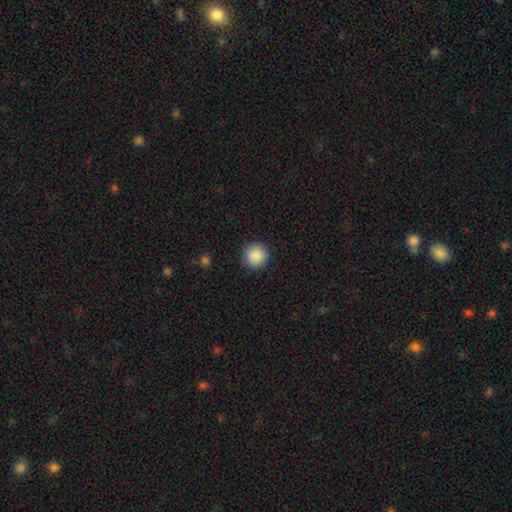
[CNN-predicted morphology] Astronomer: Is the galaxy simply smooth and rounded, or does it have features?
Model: smooth — 89%.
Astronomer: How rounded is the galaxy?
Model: round — 95%.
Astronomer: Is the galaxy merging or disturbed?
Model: none — 91%.